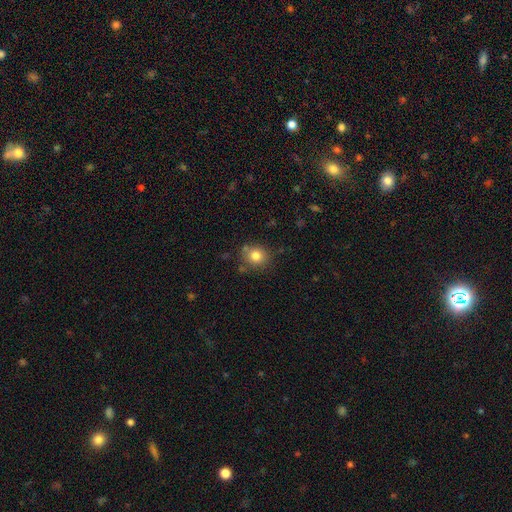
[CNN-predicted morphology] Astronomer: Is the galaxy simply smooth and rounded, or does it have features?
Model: smooth — 80%.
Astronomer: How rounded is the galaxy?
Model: round — 83%.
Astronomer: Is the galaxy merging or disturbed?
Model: none — 79%.